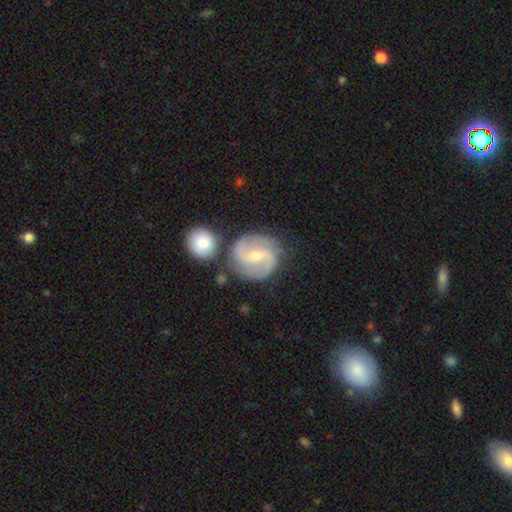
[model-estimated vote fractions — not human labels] Smooth or featured? Predicted: featured or disk (p=0.85). Edge-on disk? Predicted: no (p=0.98). Bar? Predicted: weak (p=0.48). Spiral arms? Predicted: yes (p=0.96). Spiral winding? Predicted: medium (p=0.52). Spiral arm count? Predicted: 2 (p=0.85). Bulge size? Predicted: small (p=0.55). Merging? Predicted: none (p=0.71).